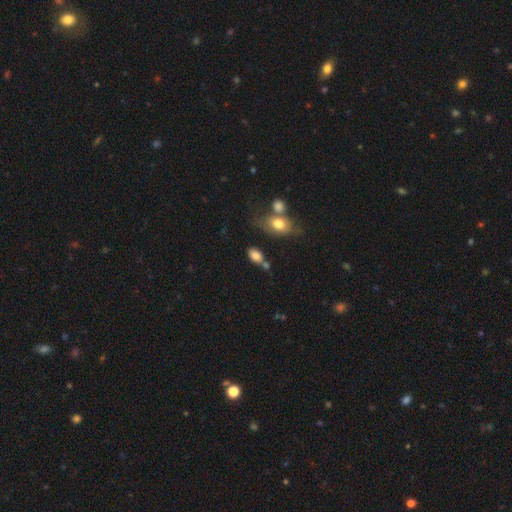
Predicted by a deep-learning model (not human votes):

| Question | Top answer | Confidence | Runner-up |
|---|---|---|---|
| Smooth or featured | smooth | 81% | star or artifact (9%) |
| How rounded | in between | 85% | round (12%) |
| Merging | none | 52% | merger (22%) |